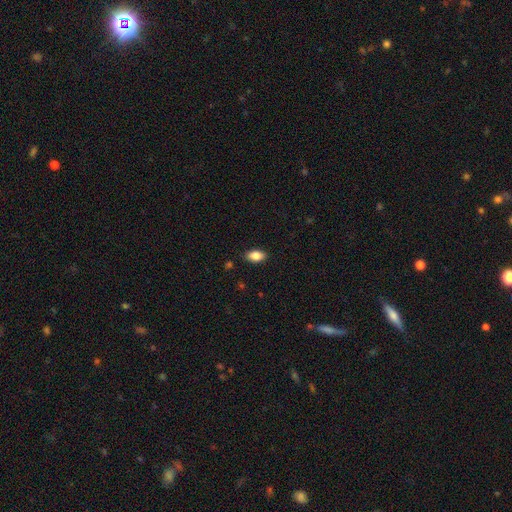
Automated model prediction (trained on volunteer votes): This appears to be a smooth galaxy with no disk features (85%) that is in between round and cigar-shaped (91%). Merging: none (88%).